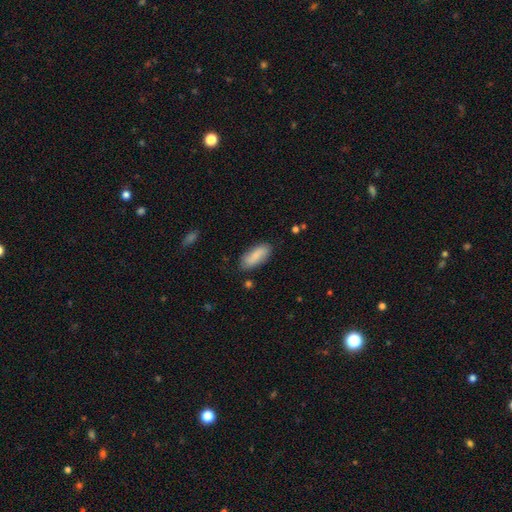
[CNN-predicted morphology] Smooth or featured?
  - smooth: 81% *
  - featured or disk: 13%
  - star or artifact: 6%
How rounded?
  - in between: 78% *
  - cigar-shaped: 20%
  - round: 2%
Merging?
  - none: 81% *
  - minor disturbance: 14%
  - major disturbance: 3%
  - merger: 2%